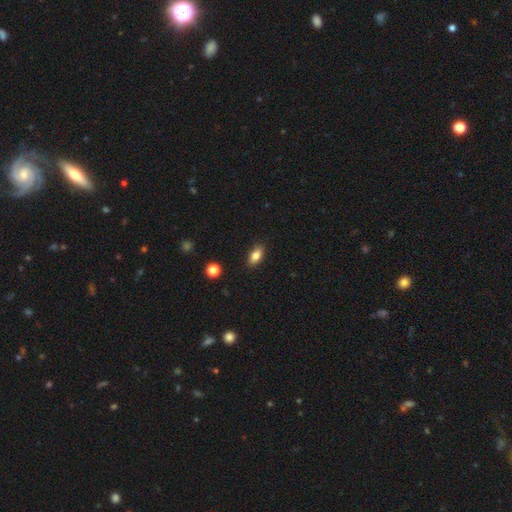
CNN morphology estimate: Overall: smooth (82%). How rounded: in between (87%). Merging: none (88%).